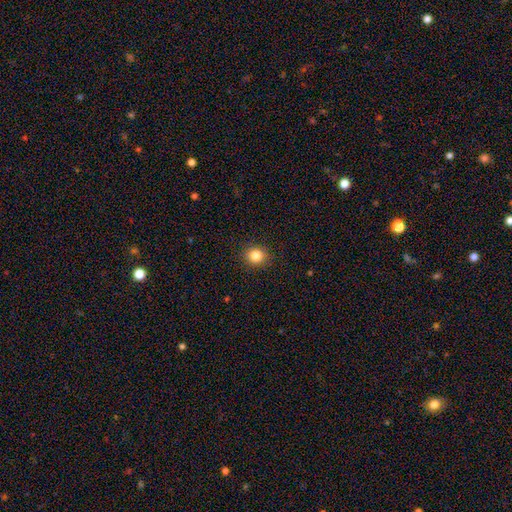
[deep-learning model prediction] Smooth or featured? Predicted: smooth (p=0.83). How rounded? Predicted: round (p=0.82). Merging? Predicted: none (p=0.91).